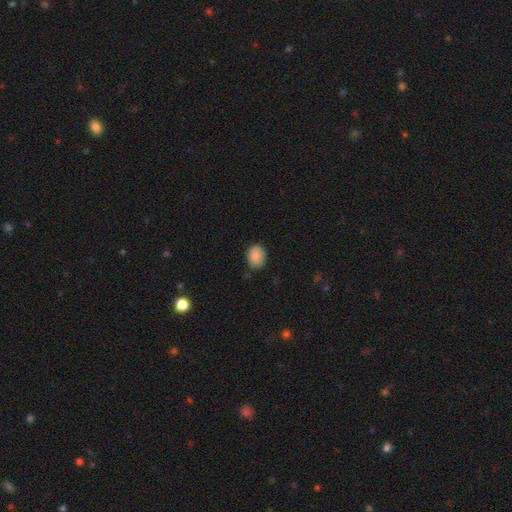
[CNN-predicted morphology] The model was most divided on "how rounded": in between: 63%, round: 36%, cigar-shaped: 1%. More confident: smooth or featured — smooth (88%); merging — none (80%).